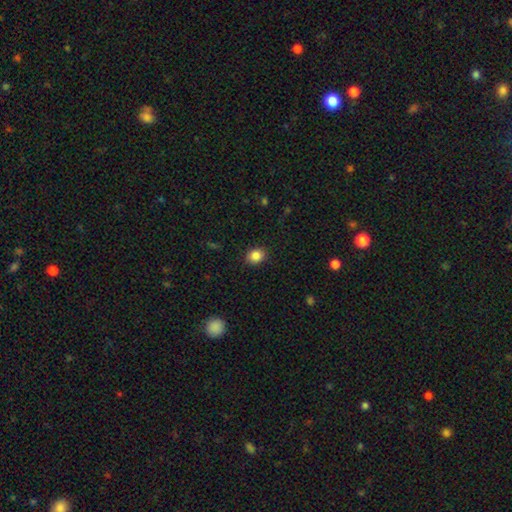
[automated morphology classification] Q: Smooth or featured?
A: smooth (86%); runner-up: star or artifact (10%)
Q: How rounded?
A: round (57%); runner-up: in between (42%)
Q: Merging?
A: none (88%); runner-up: minor disturbance (9%)